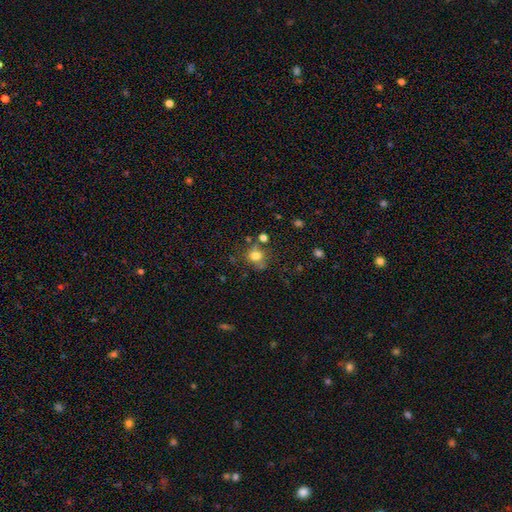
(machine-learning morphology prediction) A smooth galaxy with no disk features (73%) that is round (71%).

Vote fractions:
- Smooth or featured? smooth: 73% / star or artifact: 14% / featured or disk: 13%
- How rounded? round: 71% / in between: 28% / cigar-shaped: 1%
- Merging? none: 60% / minor disturbance: 19% / merger: 13% / major disturbance: 8%